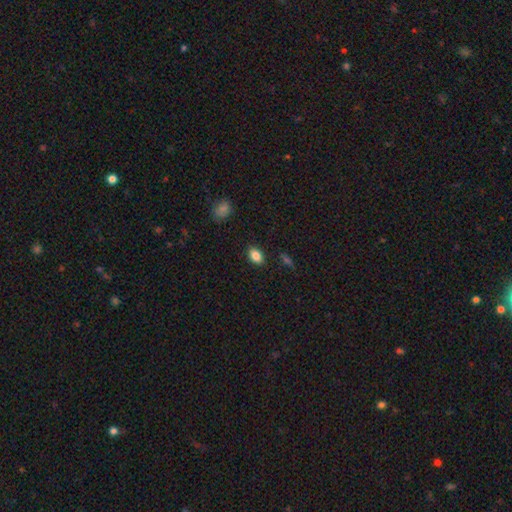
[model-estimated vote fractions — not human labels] Smooth or featured? smooth (85%)
How rounded? in between (84%)
Merging? none (87%)